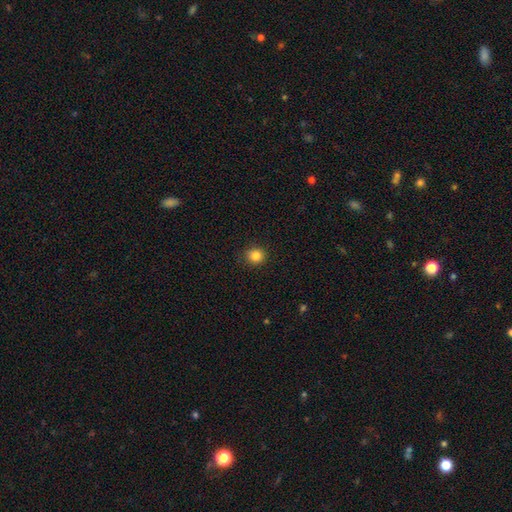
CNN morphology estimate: Overall: smooth (84%). How rounded: round (88%). Merging: none (90%).